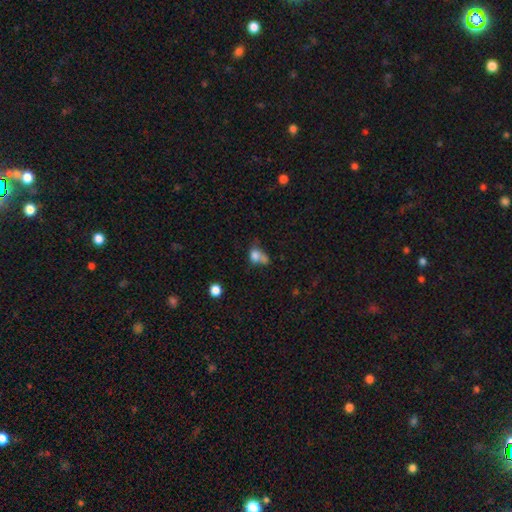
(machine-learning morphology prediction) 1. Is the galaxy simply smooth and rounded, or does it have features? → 74% smooth, 13% featured or disk, 13% star or artifact.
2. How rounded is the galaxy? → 54% in between, 44% round, 2% cigar-shaped.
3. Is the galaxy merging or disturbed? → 45% merger, 25% none, 16% minor disturbance, 14% major disturbance.